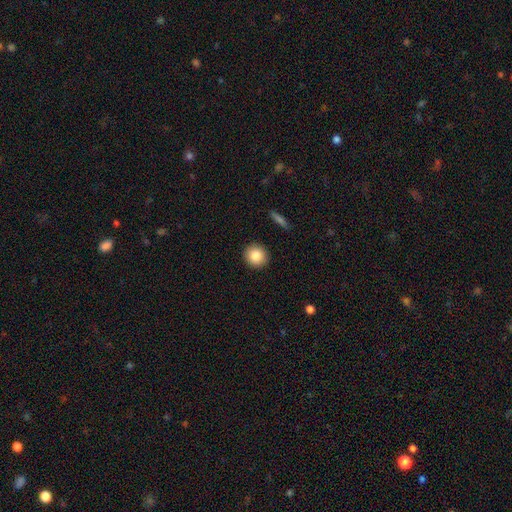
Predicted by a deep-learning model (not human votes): The model was most divided on "smooth or featured": smooth: 84%, star or artifact: 9%, featured or disk: 7%. More confident: merging — none (92%); how rounded — round (91%).